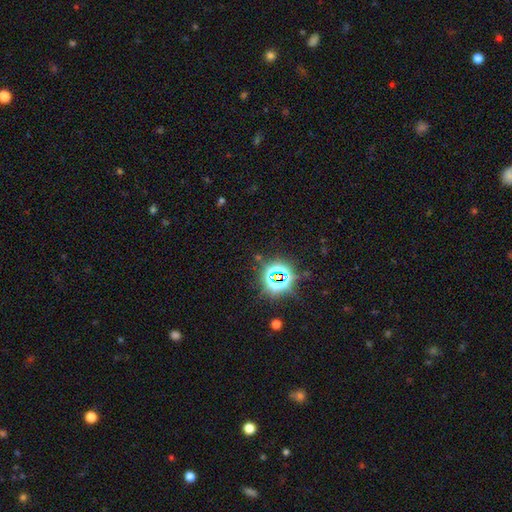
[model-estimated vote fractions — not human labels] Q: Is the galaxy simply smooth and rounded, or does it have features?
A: star or artifact — 77%.